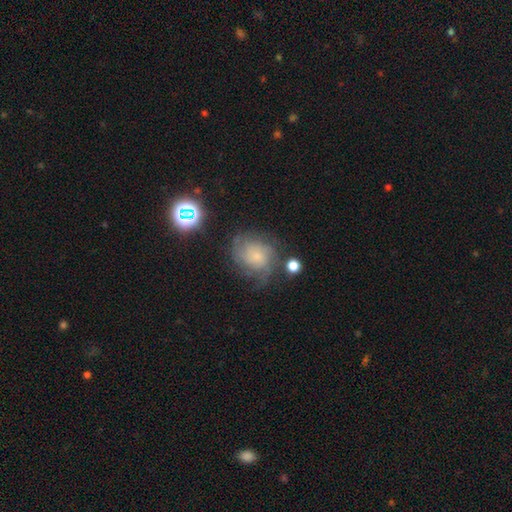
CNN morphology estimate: Smooth or featured? Predicted: featured or disk (p=0.58). Edge-on disk? Predicted: no (p=0.98). Bar? Predicted: no (p=0.79). Spiral arms? Predicted: yes (p=0.87). Bulge size? Predicted: small (p=0.58). Merging? Predicted: none (p=0.57).